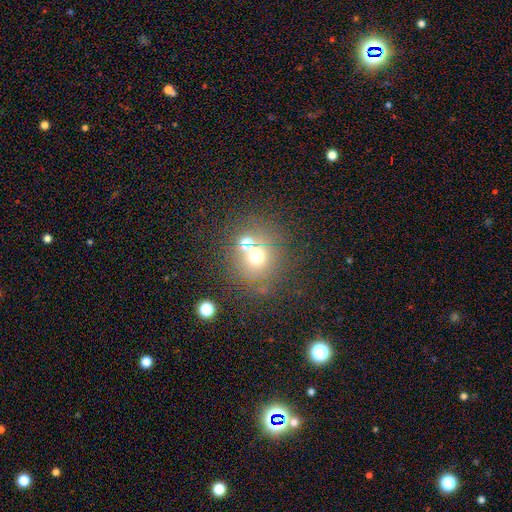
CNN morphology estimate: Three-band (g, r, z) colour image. It shows a smooth galaxy with no disk features (60%) that is round (89%). Merging: none (61%).